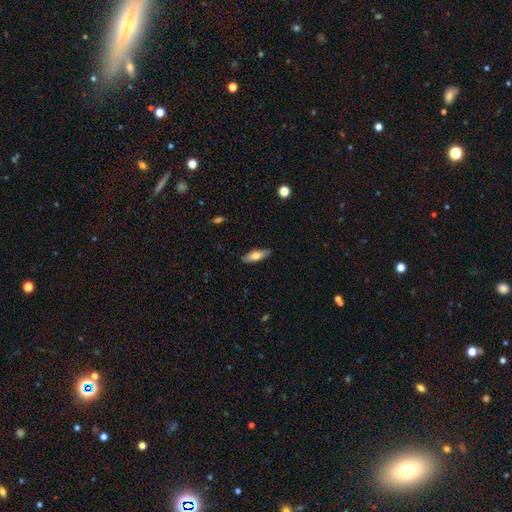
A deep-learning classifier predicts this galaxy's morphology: This is likely a smooth galaxy (68%). How rounded: possibly in between (57%). Merging: clearly none (86%).